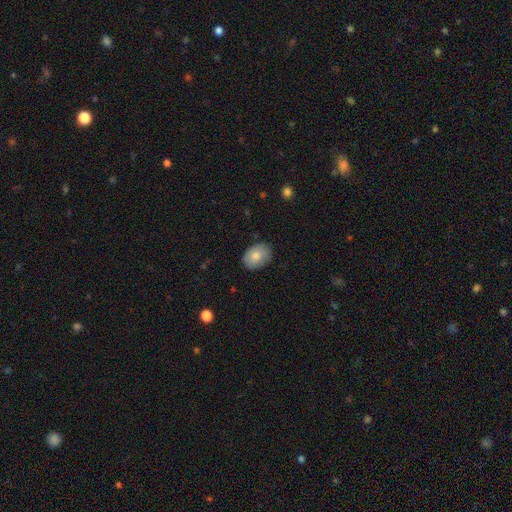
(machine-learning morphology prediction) Smooth or featured: smooth — 80% (featured or disk — 13%)
How rounded: in between — 79% (round — 20%)
Merging: none — 80% (minor disturbance — 16%)